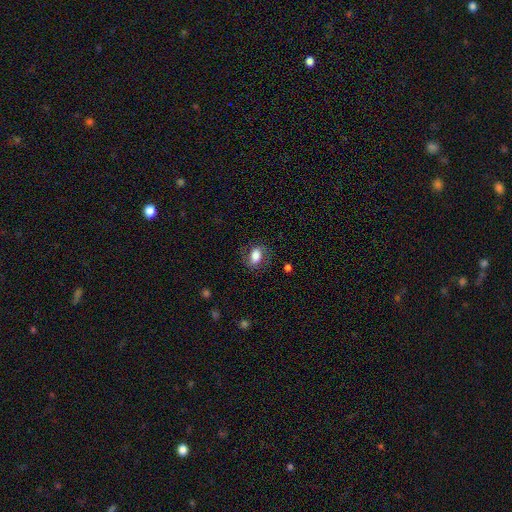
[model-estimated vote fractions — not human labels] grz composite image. It shows a smooth galaxy with no disk features (64%) that is in between round and cigar-shaped (80%). Merging: none (72%).